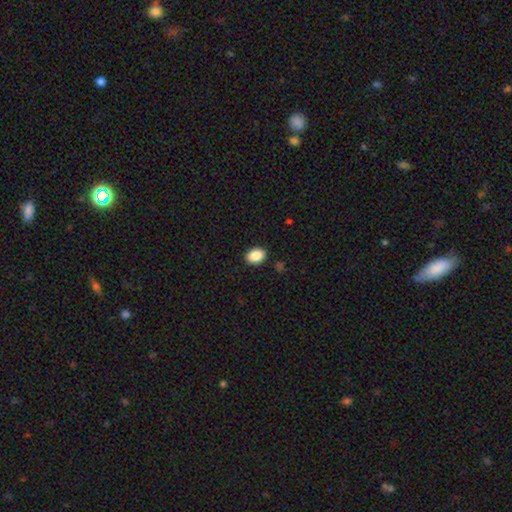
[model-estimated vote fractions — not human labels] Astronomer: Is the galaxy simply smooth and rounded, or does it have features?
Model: smooth — 89%.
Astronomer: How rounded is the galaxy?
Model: in between — 75%.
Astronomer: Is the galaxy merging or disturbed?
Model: none — 89%.